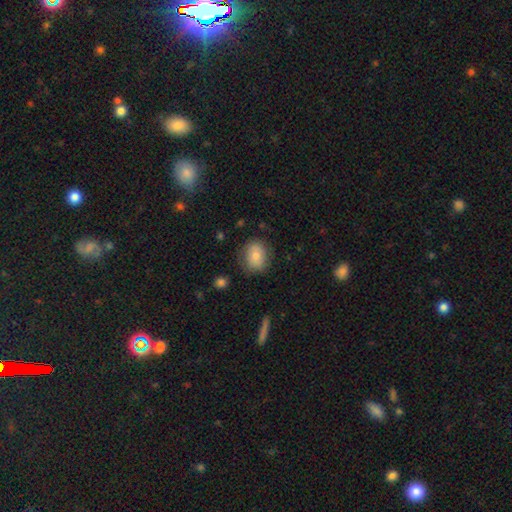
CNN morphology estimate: This appears to be a smooth galaxy with no disk features (75%) that is round (54%). Merging: none (76%).